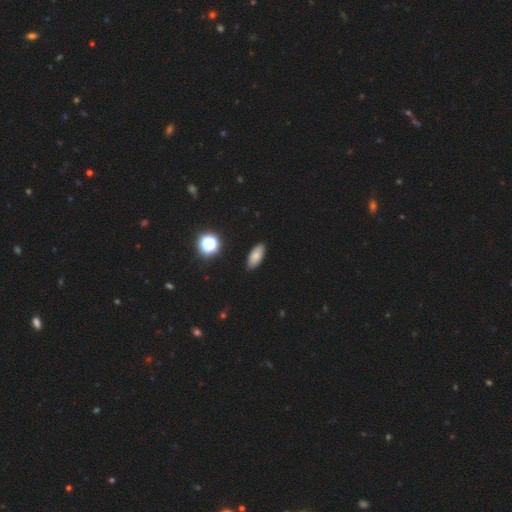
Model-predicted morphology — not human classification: type=smooth (81%); roundness=in between (87%); merging=none (89%).